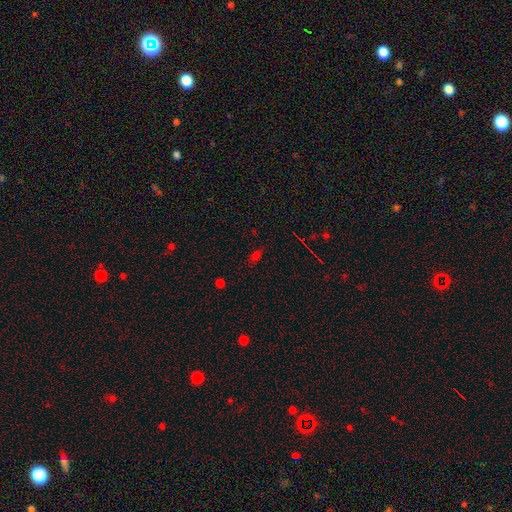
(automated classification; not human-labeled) This is possibly a smooth galaxy (55%). How rounded: likely in between (80%). Merging: likely none (76%).